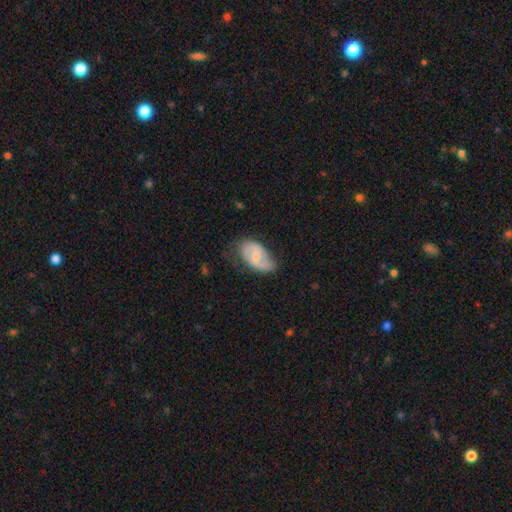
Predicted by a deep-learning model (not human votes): Smooth or featured?
  - featured or disk: 55% *
  - smooth: 38%
  - star or artifact: 6%
Edge-on disk?
  - no: 96% *
  - yes: 4%
Bar?
  - weak: 48% *
  - no: 37%
  - strong: 15%
Spiral arms?
  - yes: 77% *
  - no: 23%
Bulge size?
  - small: 53% *
  - moderate: 37%
  - none: 7%
  - large: 2%
  - dominant: 1%
Merging?
  - none: 54% *
  - minor disturbance: 32%
  - major disturbance: 12%
  - merger: 2%